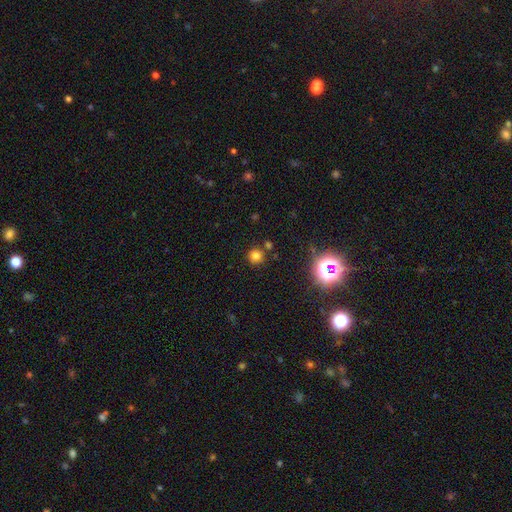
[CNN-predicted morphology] Smooth or featured? Predicted: smooth (p=0.74). How rounded? Predicted: round (p=0.94). Merging? Predicted: none (p=0.82).